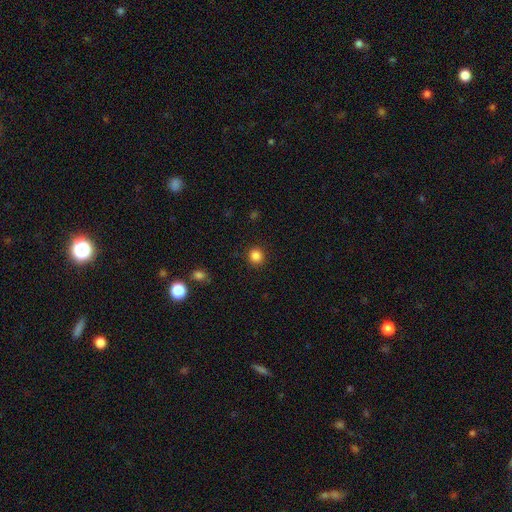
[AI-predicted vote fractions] Overall: smooth (85%). How rounded: round (89%). Merging: none (91%).